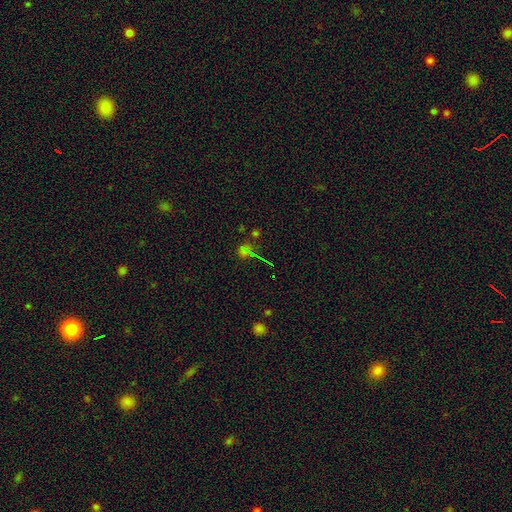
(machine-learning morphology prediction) Smooth or featured: star or artifact — 65% (smooth — 24%)